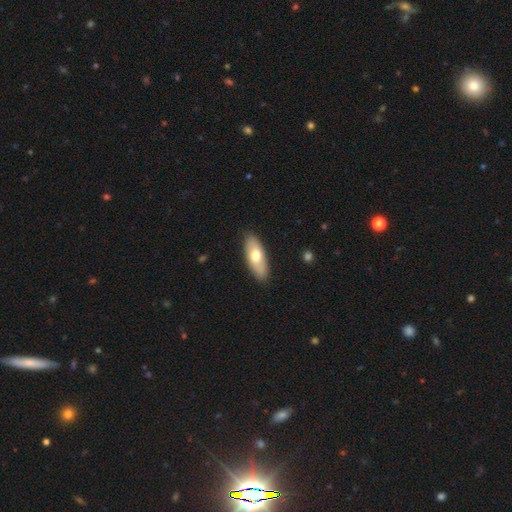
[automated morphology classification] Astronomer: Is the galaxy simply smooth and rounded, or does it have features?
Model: smooth — 67%.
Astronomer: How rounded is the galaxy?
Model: in between — 77%.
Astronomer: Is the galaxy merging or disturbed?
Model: none — 87%.